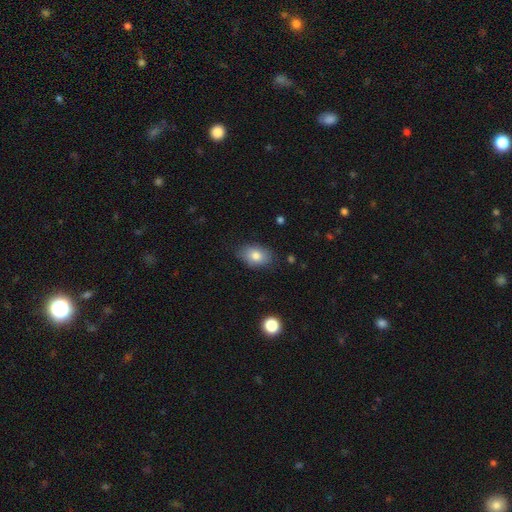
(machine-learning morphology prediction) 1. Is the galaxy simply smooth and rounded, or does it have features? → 80% smooth, 12% featured or disk, 8% star or artifact.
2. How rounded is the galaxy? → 84% in between, 14% round, 1% cigar-shaped.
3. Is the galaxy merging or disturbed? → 81% none, 15% minor disturbance, 3% major disturbance, 1% merger.